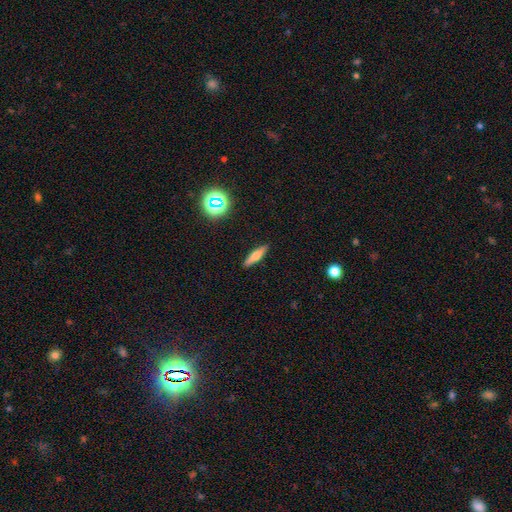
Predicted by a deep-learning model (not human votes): The model was most divided on "smooth or featured": smooth: 56%, featured or disk: 35%, star or artifact: 9%. More confident: merging — none (90%); how rounded — cigar-shaped (76%).